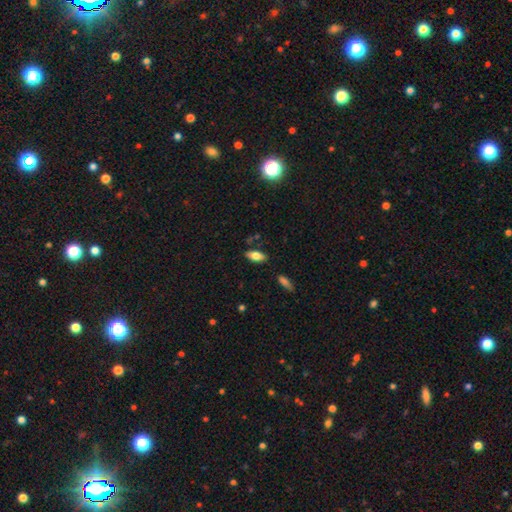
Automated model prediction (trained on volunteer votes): Smooth or featured: smooth — 76% (featured or disk — 17%)
How rounded: in between — 87% (cigar-shaped — 10%)
Merging: none — 82% (minor disturbance — 12%)